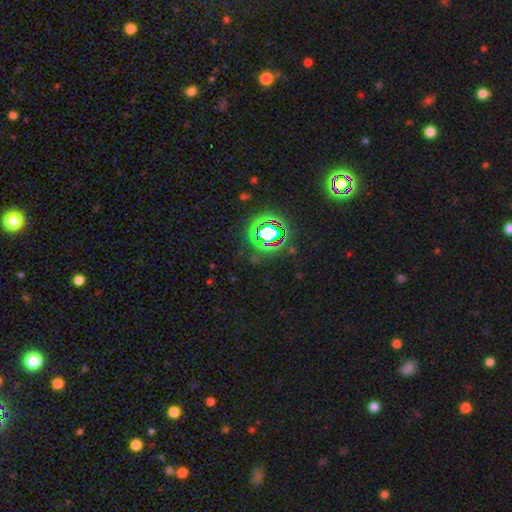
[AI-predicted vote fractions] The model was most divided on "smooth or featured": star or artifact: 78%, smooth: 13%, featured or disk: 9%.